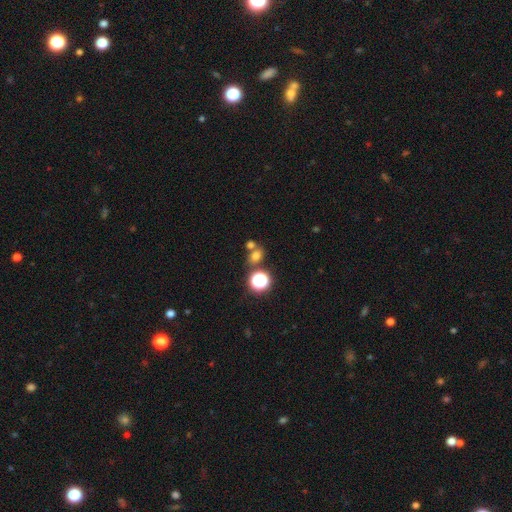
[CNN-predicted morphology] This appears to be a smooth galaxy with no disk features (68%) that is round (60%). Merging: none (56%).